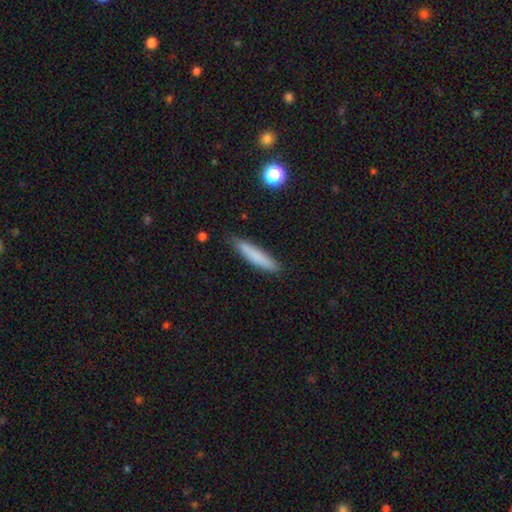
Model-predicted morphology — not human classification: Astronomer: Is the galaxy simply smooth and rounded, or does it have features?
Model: smooth — 79%.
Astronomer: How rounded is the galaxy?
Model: cigar-shaped — 88%.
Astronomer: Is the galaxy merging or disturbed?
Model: none — 82%.